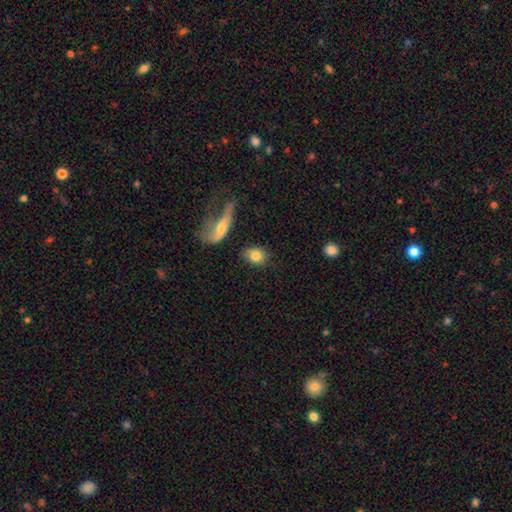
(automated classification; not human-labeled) Q: Smooth or featured?
A: smooth (81%); runner-up: featured or disk (11%)
Q: How rounded?
A: in between (55%); runner-up: round (41%)
Q: Merging?
A: none (72%); runner-up: minor disturbance (13%)